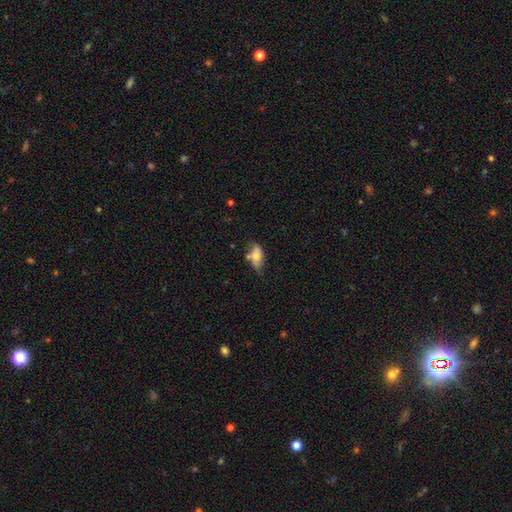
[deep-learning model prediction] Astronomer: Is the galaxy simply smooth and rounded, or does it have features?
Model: smooth — 63%.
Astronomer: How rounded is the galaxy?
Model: in between — 86%.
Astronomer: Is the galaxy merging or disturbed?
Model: none — 41% (runner-up: minor disturbance, 33%).